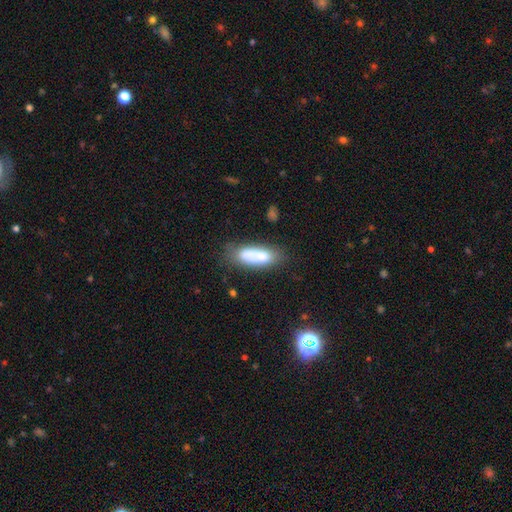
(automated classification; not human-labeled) Morphology: type=smooth (73%); roundness=in between (72%); merging=none (46%).